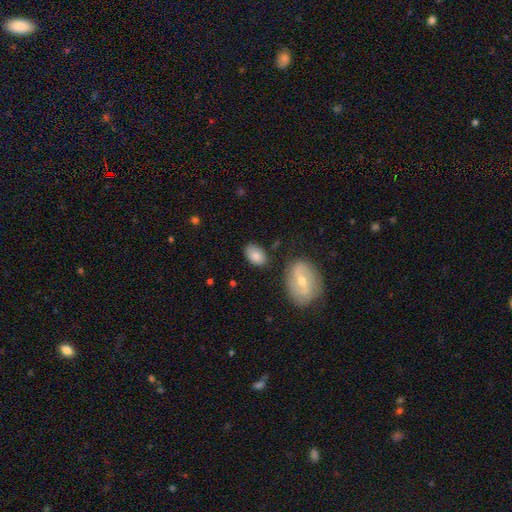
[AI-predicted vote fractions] Morphology: type=smooth (80%); roundness=in between (89%); merging=none (74%).